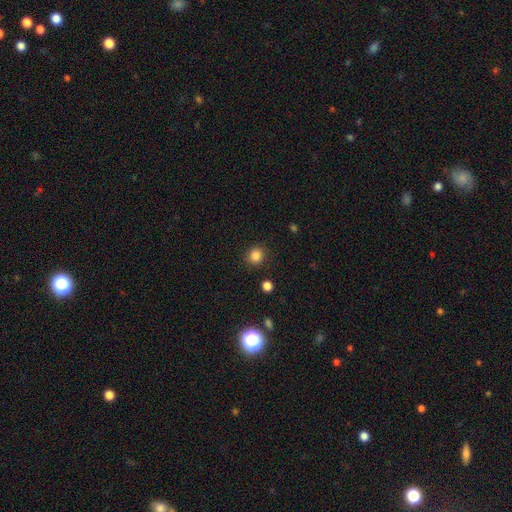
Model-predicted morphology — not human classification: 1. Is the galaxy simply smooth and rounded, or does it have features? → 84% smooth, 12% star or artifact, 4% featured or disk.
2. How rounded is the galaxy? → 85% round, 14% in between, 1% cigar-shaped.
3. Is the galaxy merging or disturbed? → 88% none, 8% minor disturbance, 3% major disturbance, 2% merger.